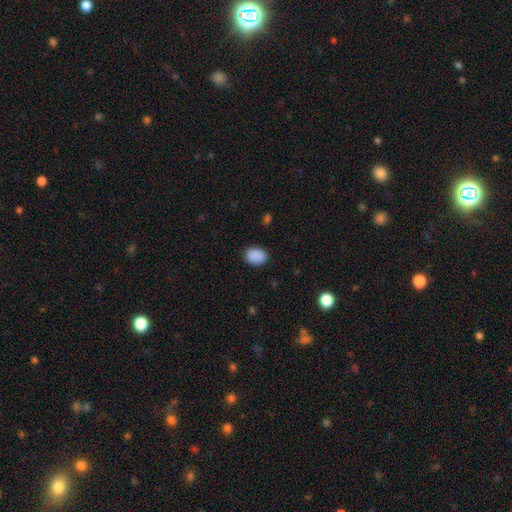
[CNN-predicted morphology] Smooth or featured? Predicted: smooth (p=0.90). How rounded? Predicted: in between (p=0.67). Merging? Predicted: none (p=0.87).